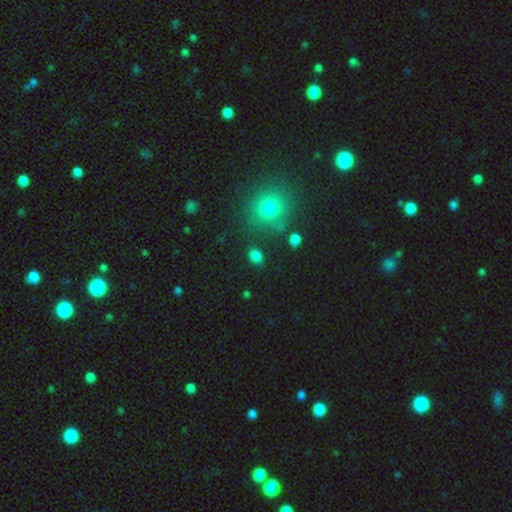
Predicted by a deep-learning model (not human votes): Morphology: type=smooth (80%); roundness=in between (69%); merging=none (81%).